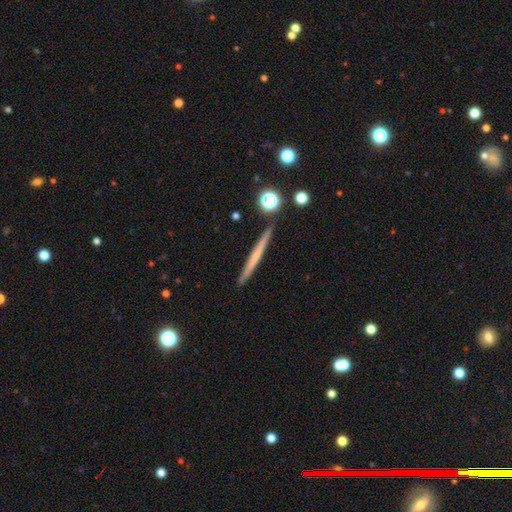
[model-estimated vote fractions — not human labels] A featured or disk galaxy (50%).

Vote fractions:
- Smooth or featured? featured or disk: 50% / smooth: 43% / star or artifact: 7%
- Merging? none: 90% / minor disturbance: 6% / merger: 2% / major disturbance: 1%